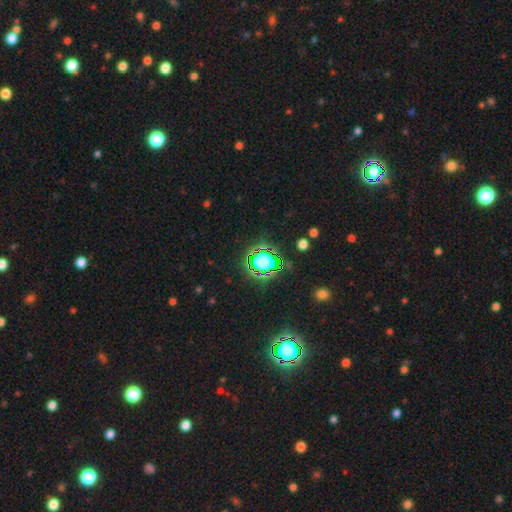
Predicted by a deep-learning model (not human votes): A star or artifact, not a galaxy (70%).

Vote fractions:
- Smooth or featured? star or artifact: 70% / smooth: 20% / featured or disk: 10%